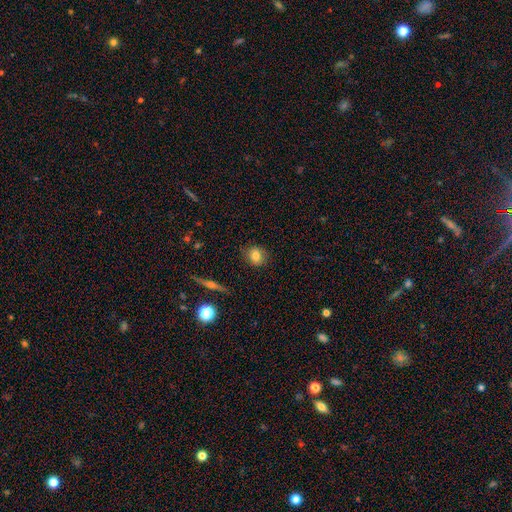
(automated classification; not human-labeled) smooth 79%, featured or disk 12%, star or artifact 10%. Down the decision tree: how rounded — round (73%); merging — none (85%).